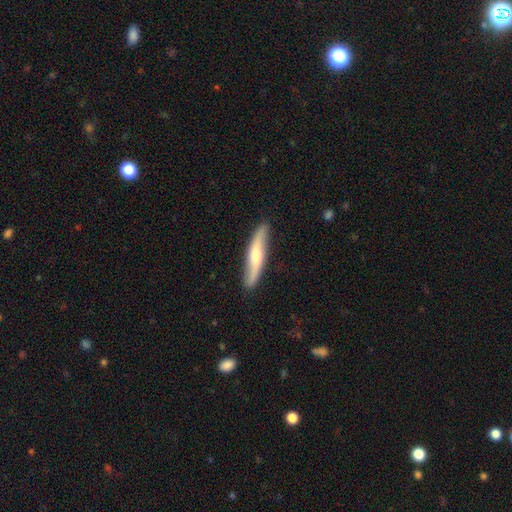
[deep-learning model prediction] The model was most divided on "smooth or featured": featured or disk: 54%, smooth: 41%, star or artifact: 5%. More confident: merging — none (85%); edge-on disk — yes (64%).